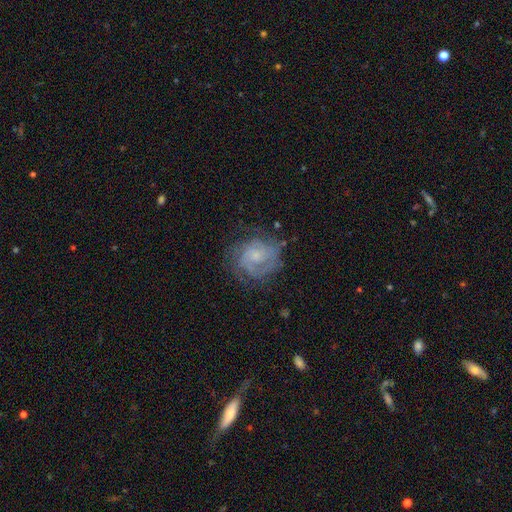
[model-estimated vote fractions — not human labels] Smooth or featured: featured or disk — 78% (smooth — 15%)
Edge-on disk: no — 98% (yes — 2%)
Bar: no — 65% (weak — 31%)
Spiral arms: yes — 93% (no — 7%)
Spiral winding: tight — 60% (medium — 32%)
Spiral arm count: 2 — 41% (can't tell — 27%)
Bulge size: small — 58% (moderate — 24%)
Merging: none — 70% (minor disturbance — 19%)